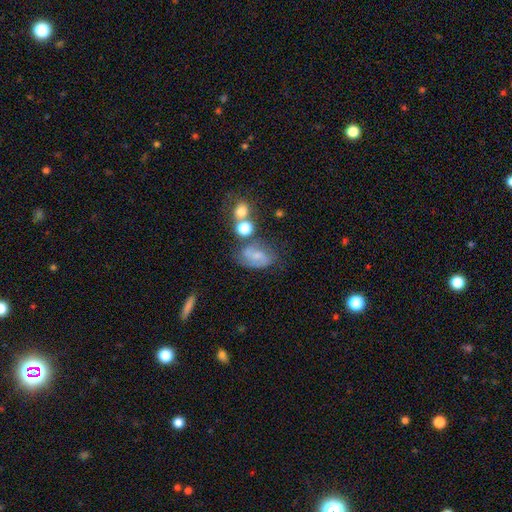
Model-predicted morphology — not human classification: Smooth or featured?
  - featured or disk: 57% *
  - smooth: 32%
  - star or artifact: 12%
Edge-on disk?
  - no: 96% *
  - yes: 4%
Bar?
  - weak: 44% *
  - no: 40%
  - strong: 16%
Spiral arms?
  - yes: 86% *
  - no: 14%
Bulge size?
  - small: 53% *
  - moderate: 25%
  - none: 17%
  - large: 3%
  - dominant: 1%
Merging?
  - none: 54% *
  - minor disturbance: 22%
  - merger: 14%
  - major disturbance: 11%